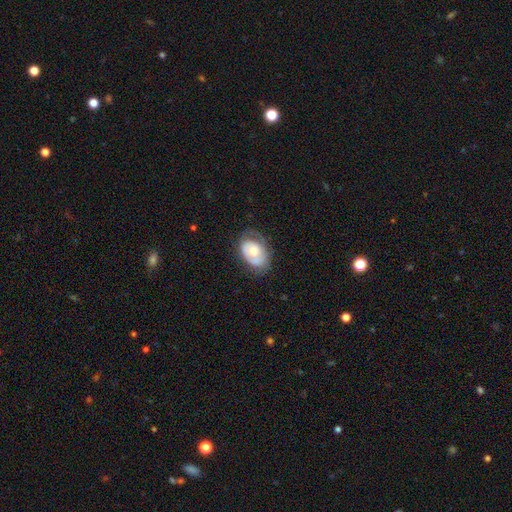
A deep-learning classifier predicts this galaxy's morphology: Smooth or featured? smooth (49%)
Merging? none (56%)